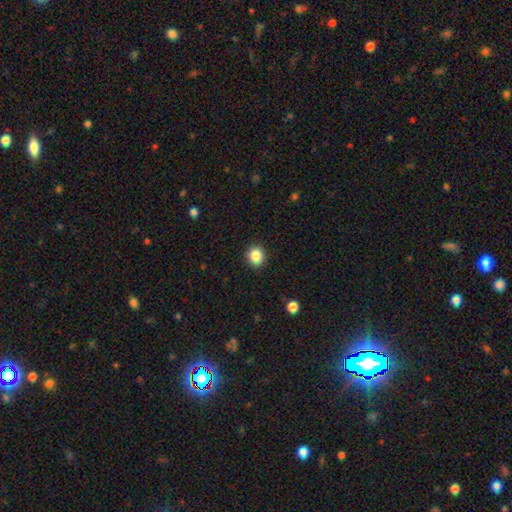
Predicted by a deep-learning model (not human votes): smooth-or-featured: smooth: 86% | star or artifact: 10% | featured or disk: 4%
  how-rounded: round: 76% | in between: 23% | cigar-shaped: 1%
  merging: none: 91% | minor disturbance: 6% | major disturbance: 2% | merger: 1%